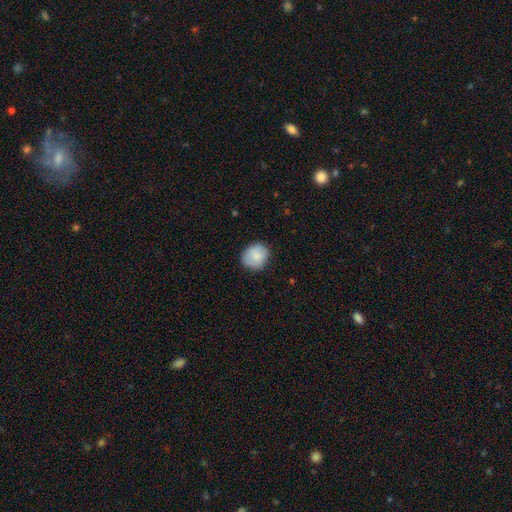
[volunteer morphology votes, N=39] Q: Smooth or featured?
A: smooth (79%); runner-up: featured or disk (13%)
Q: How rounded?
A: round (74%); runner-up: in between (26%)
Q: Merging?
A: none (81%); runner-up: minor disturbance (17%)